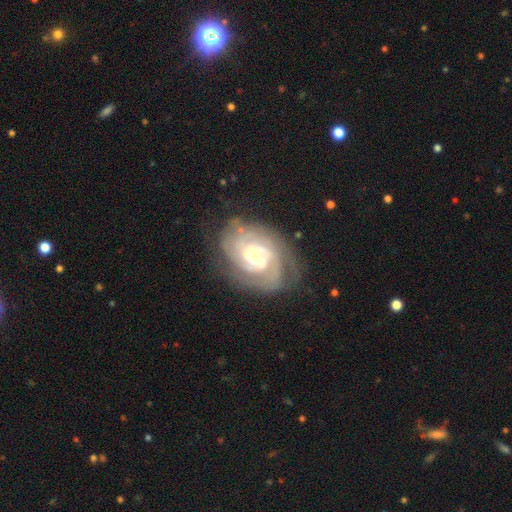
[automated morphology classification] A featured or disk galaxy (87%) with no bar (61%), 2 (31%) tight (69%) spiral arms (96%) and a small central bulge (58%). Merging: none (70%).